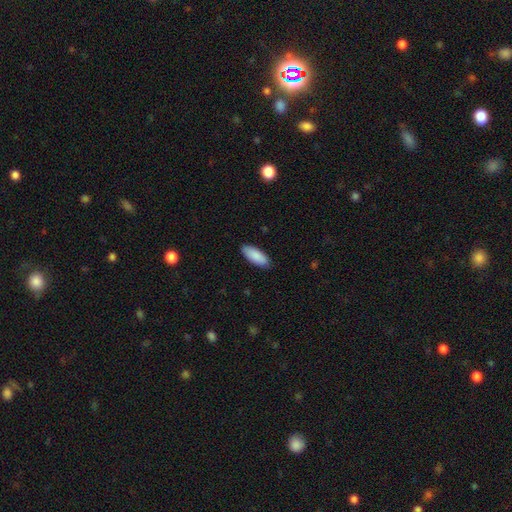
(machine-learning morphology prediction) Q: Smooth or featured?
A: smooth (89%); runner-up: featured or disk (6%)
Q: How rounded?
A: in between (82%); runner-up: cigar-shaped (17%)
Q: Merging?
A: none (88%); runner-up: minor disturbance (10%)